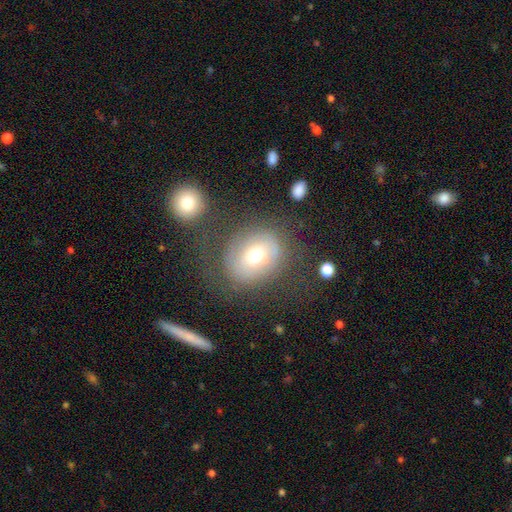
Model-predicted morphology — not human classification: smooth_or_featured: smooth (p=0.58) [alt: featured or disk p=0.32]
how_rounded: round (p=0.56) [alt: in between p=0.43]
merging: none (p=0.64) [alt: minor disturbance p=0.17]